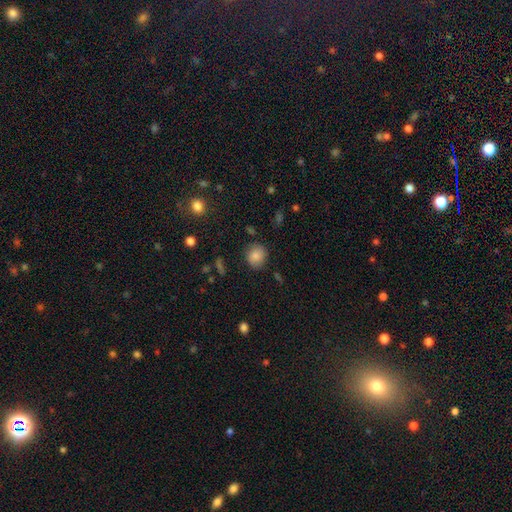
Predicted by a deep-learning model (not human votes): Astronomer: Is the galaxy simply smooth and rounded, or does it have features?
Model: smooth — 84%.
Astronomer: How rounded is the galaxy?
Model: round — 79%.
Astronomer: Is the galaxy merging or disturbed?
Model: none — 83%.